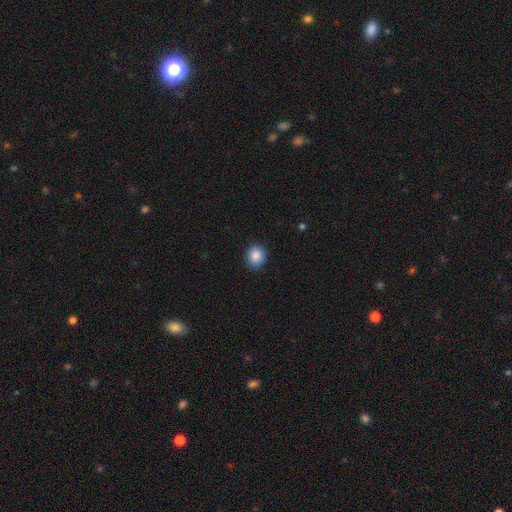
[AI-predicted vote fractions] Smooth or featured? smooth (87%)
How rounded? round (78%)
Merging? none (89%)